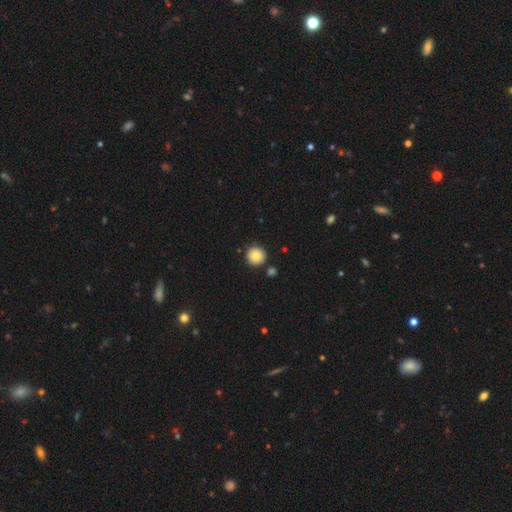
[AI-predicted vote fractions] Smooth or featured? smooth (85%)
How rounded? round (95%)
Merging? none (87%)